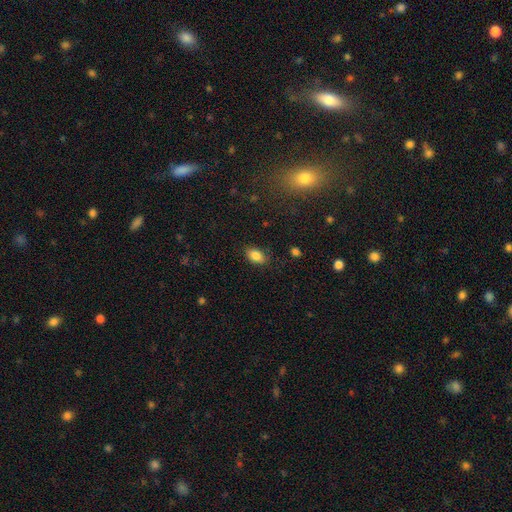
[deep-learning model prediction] Smooth or featured: smooth — 85% (star or artifact — 9%)
How rounded: in between — 89% (round — 10%)
Merging: none — 83% (minor disturbance — 13%)